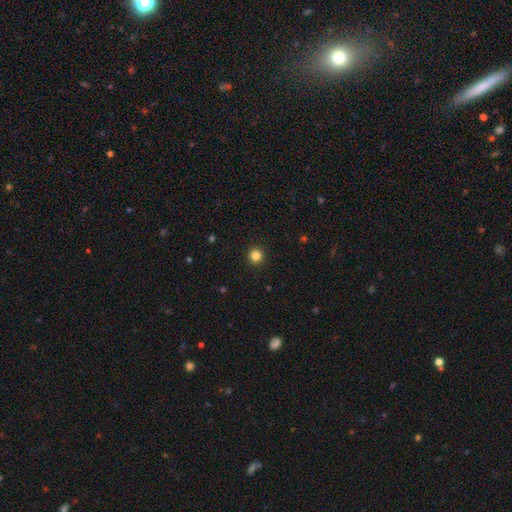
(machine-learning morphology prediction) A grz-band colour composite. It shows a smooth galaxy with no disk features (84%) that is round (96%). Merging: none (93%).